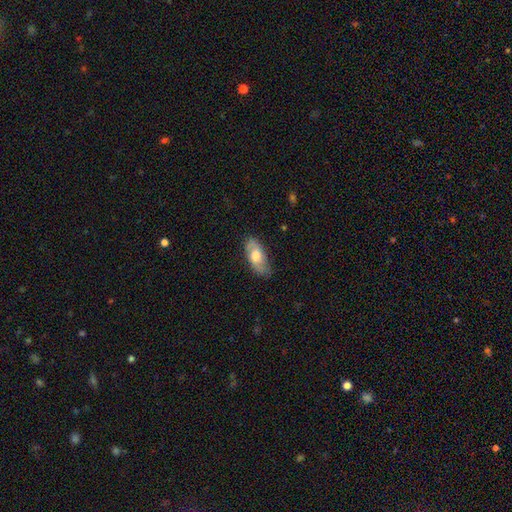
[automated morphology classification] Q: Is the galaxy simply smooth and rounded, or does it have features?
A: smooth — 58%.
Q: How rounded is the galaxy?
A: in between — 86%.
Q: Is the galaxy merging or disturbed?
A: none — 75%.